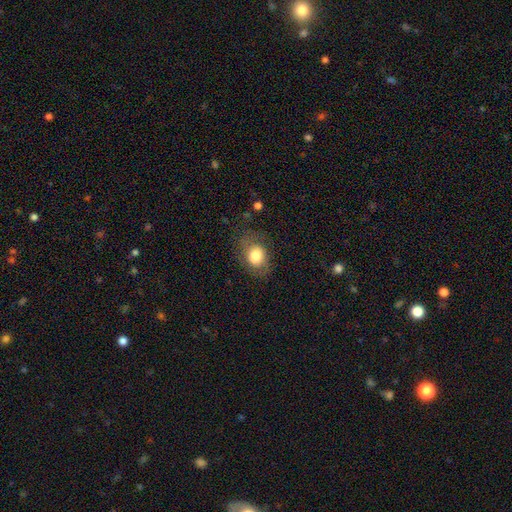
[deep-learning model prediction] Smooth or featured? Predicted: smooth (p=0.74). How rounded? Predicted: in between (p=0.60). Merging? Predicted: none (p=0.67).